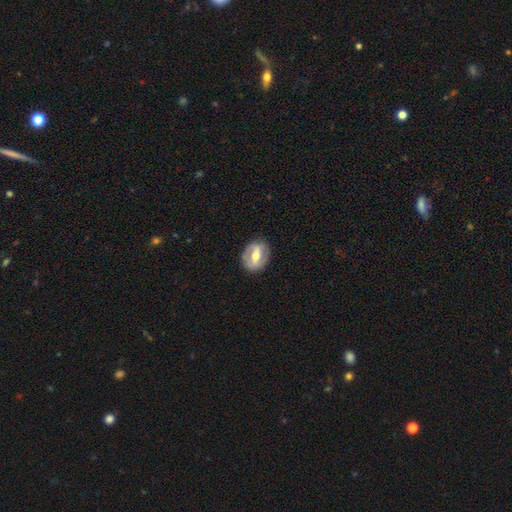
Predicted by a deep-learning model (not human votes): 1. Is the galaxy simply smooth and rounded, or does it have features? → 67% featured or disk, 28% smooth, 5% star or artifact.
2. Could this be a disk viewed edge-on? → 91% no, 9% yes.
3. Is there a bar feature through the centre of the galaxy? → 63% strong, 26% weak, 11% no.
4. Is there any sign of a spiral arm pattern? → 62% no, 38% yes.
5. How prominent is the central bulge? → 71% moderate, 20% small, 7% large, 1% none, 1% dominant.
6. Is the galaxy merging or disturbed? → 85% none, 11% minor disturbance, 4% major disturbance, 1% merger.